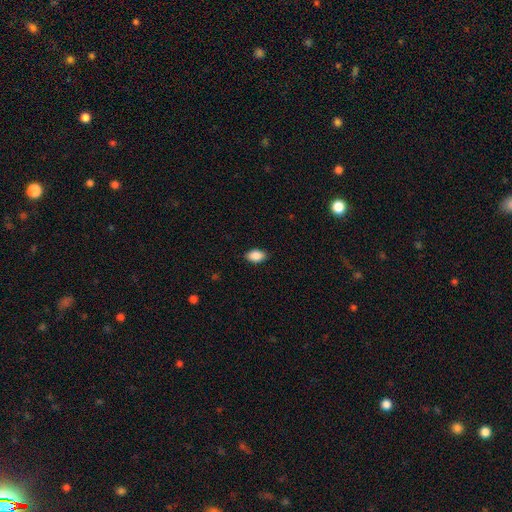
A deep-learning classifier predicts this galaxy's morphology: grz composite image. It shows a smooth galaxy with no disk features (89%) that is in between round and cigar-shaped (92%). Merging: none (88%).